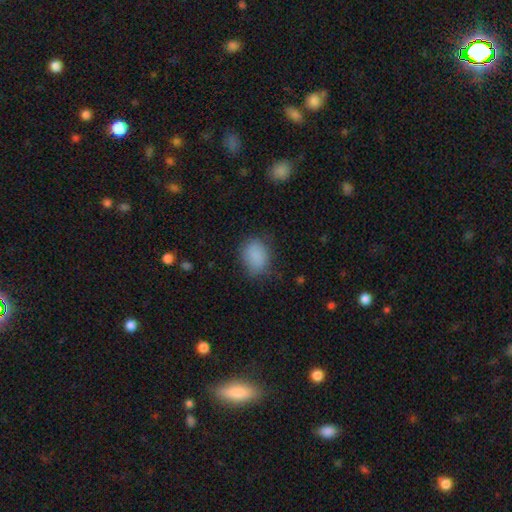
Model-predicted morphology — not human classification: smooth-or-featured: smooth: 85% | star or artifact: 9% | featured or disk: 6%
  how-rounded: in between: 54% | round: 45% | cigar-shaped: 1%
  merging: none: 72% | minor disturbance: 20% | major disturbance: 6% | merger: 1%